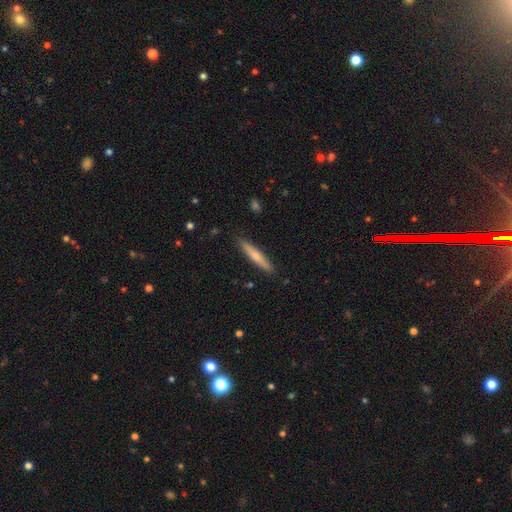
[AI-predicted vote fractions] This appears to be a smooth galaxy with no disk features (63%) that is cigar-shaped (93%). Merging: none (89%).